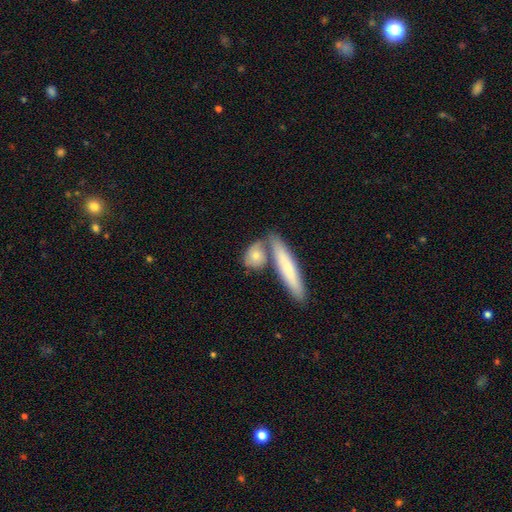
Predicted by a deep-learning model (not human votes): Smooth or featured? Predicted: smooth (p=0.68). How rounded? Predicted: in between (p=0.39). Merging? Predicted: none (p=0.56).